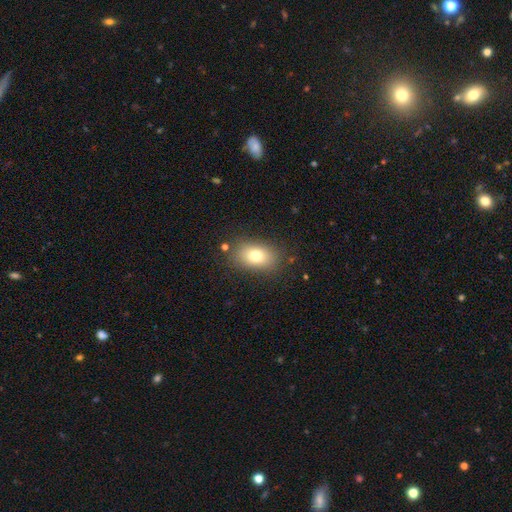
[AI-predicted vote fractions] smooth 77%, featured or disk 12%, star or artifact 11%. Down the decision tree: how rounded — in between (82%); merging — none (83%).